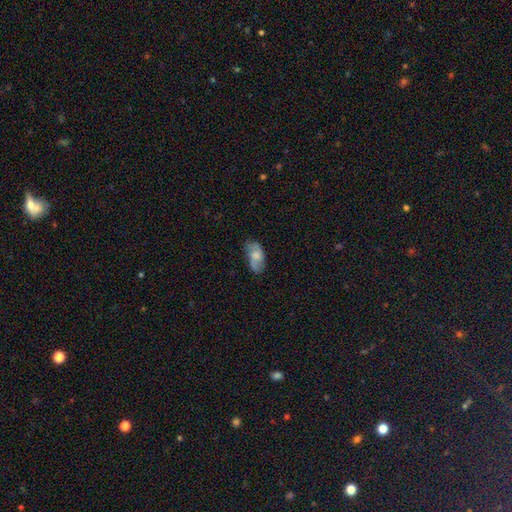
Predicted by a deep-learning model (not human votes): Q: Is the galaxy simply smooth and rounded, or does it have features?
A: smooth — 55%.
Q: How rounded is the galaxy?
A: in between — 92%.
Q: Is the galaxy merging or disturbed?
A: none — 69%.